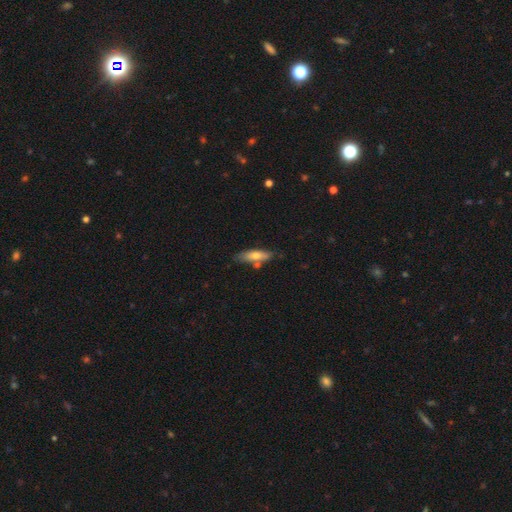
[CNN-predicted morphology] This appears to be a smooth galaxy with no disk features (66%) that is cigar-shaped (56%). Merging: none (68%).